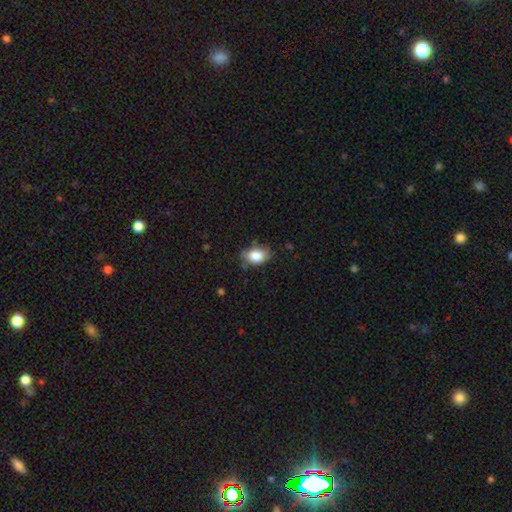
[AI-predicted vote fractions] smooth_or_featured: smooth (p=0.85) [alt: star or artifact p=0.08]
how_rounded: in between (p=0.77) [alt: round p=0.22]
merging: none (p=0.66) [alt: minor disturbance p=0.26]